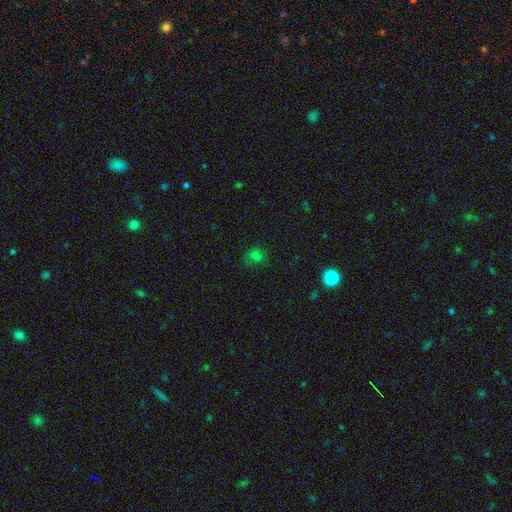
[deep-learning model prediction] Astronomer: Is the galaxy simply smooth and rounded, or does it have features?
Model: smooth — 64%.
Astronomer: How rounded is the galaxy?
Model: round — 53% (runner-up: in between, 46%).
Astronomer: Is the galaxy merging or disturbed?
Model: none — 65%.